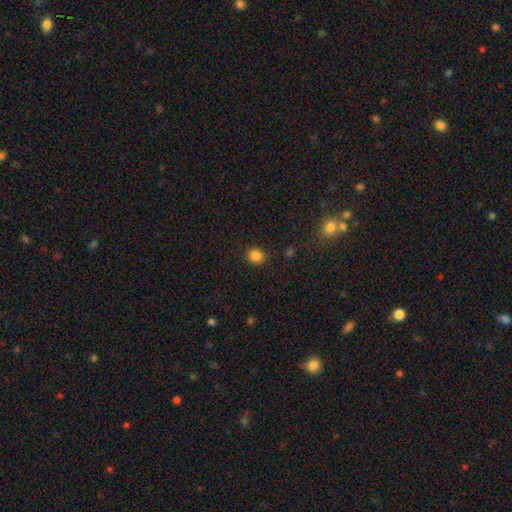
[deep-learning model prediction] Overall: smooth (85%). How rounded: round (76%). Merging: none (90%).